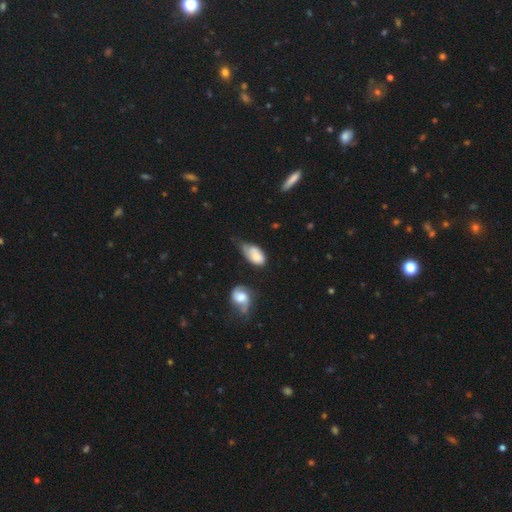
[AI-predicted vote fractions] Overall: smooth (67%). How rounded: in between (90%). Merging: minor disturbance (41%; none 25%).